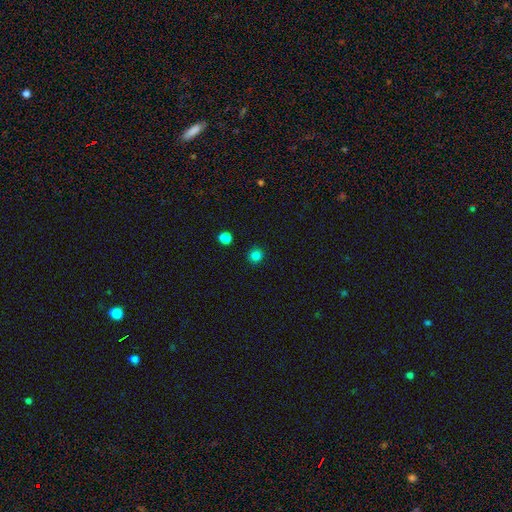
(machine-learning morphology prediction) This is clearly a smooth galaxy (83%). How rounded: clearly round (93%). Merging: clearly none (91%).